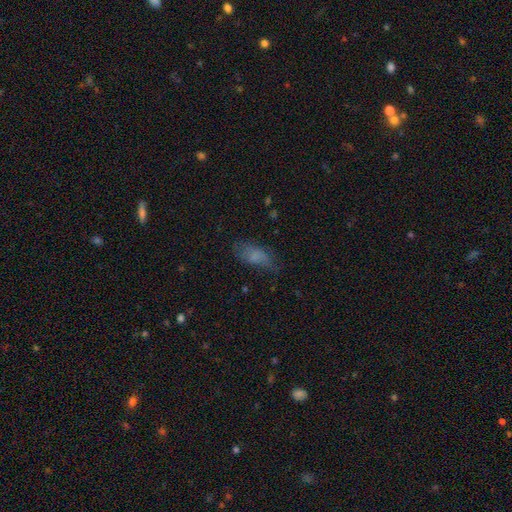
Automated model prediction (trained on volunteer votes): Smooth or featured?
  - smooth: 70% *
  - featured or disk: 18%
  - star or artifact: 11%
How rounded?
  - in between: 83% *
  - cigar-shaped: 13%
  - round: 4%
Merging?
  - none: 54% *
  - minor disturbance: 29%
  - major disturbance: 15%
  - merger: 2%